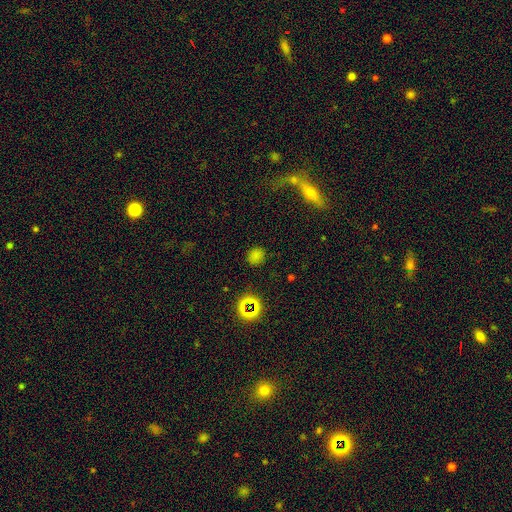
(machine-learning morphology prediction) Overall: smooth (68%). How rounded: round (79%). Merging: none (85%).